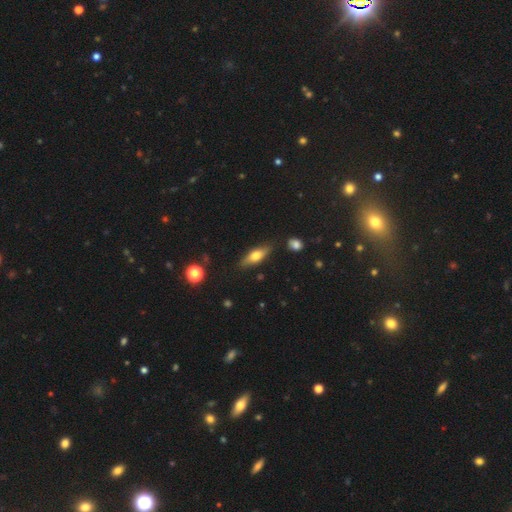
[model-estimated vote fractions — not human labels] Smooth or featured?
  - smooth: 57% *
  - featured or disk: 36%
  - star or artifact: 7%
How rounded?
  - in between: 54% *
  - cigar-shaped: 42%
  - round: 3%
Merging?
  - none: 82% *
  - minor disturbance: 12%
  - major disturbance: 3%
  - merger: 3%